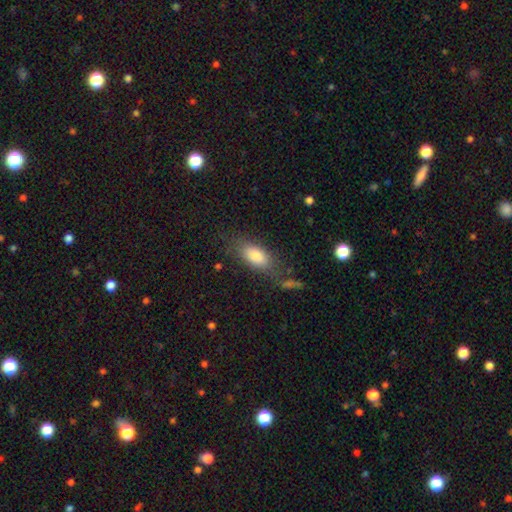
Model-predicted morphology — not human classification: Overall: smooth (81%). How rounded: in between (86%). Merging: none (70%).